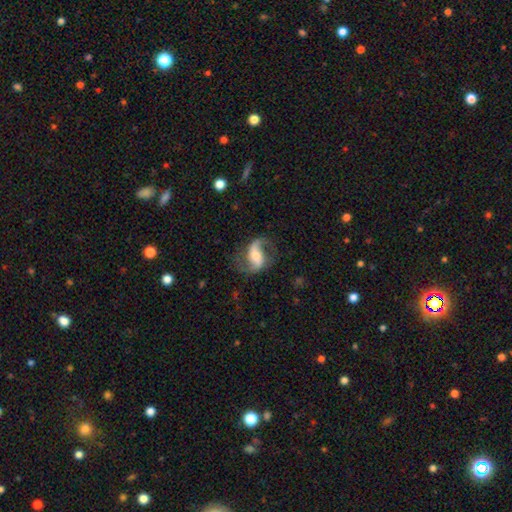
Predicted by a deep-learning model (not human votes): smooth-or-featured: featured or disk: 84% | smooth: 10% | star or artifact: 5%
  disk-edge-on: no: 97% | yes: 3%
    bar: weak: 36% | strong: 33% | no: 30%
    has-spiral-arms: yes: 95% | no: 5%
      spiral-winding: loose: 64% | medium: 29% | tight: 7%
      spiral-arm-count: 2: 89% | 1: 6% | can't tell: 2% | 3: 1% | 4: 1% | more than 4: 1%
    bulge-size: moderate: 60% | small: 30% | large: 7% | none: 2% | dominant: 1%
  merging: none: 72% | minor disturbance: 16% | major disturbance: 11% | merger: 2%